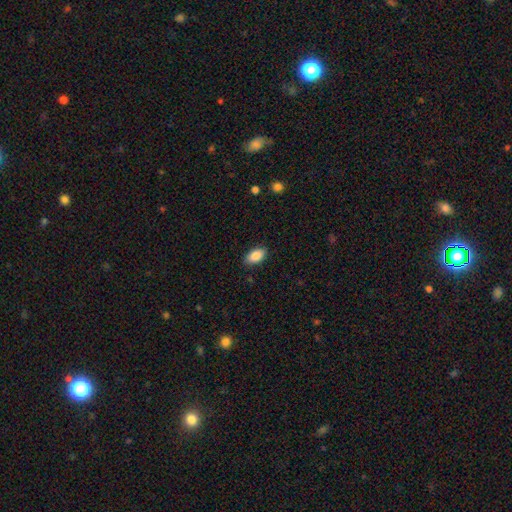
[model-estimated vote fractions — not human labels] Smooth or featured? Predicted: smooth (p=0.88). How rounded? Predicted: in between (p=0.93). Merging? Predicted: none (p=0.86).